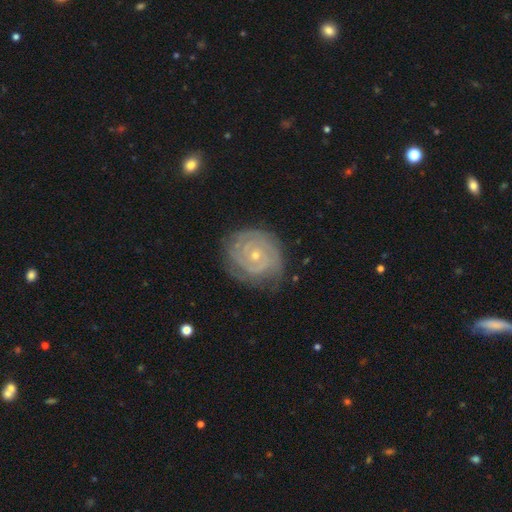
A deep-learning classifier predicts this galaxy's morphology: featured or disk 87%, smooth 7%, star or artifact 5%. Down the decision tree: edge-on disk — no (98%); bar — no (76%); spiral arms — yes (96%); spiral arm count — 2 (37%); spiral winding — tight (84%); bulge size — small (73%); merging — none (77%).